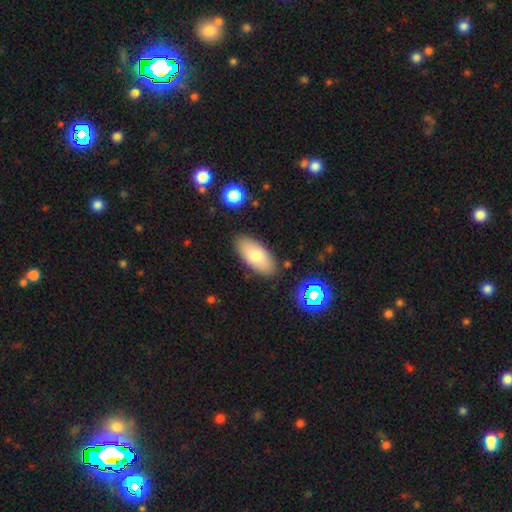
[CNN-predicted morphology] type=smooth (75%); roundness=in between (90%); merging=none (86%).